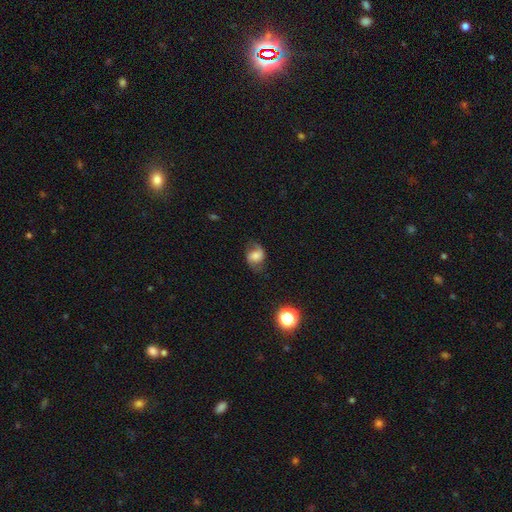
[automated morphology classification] A featured or disk galaxy (52%). Merging: none (67%).